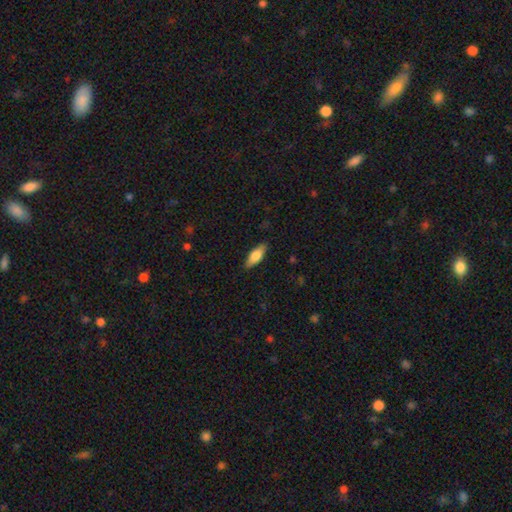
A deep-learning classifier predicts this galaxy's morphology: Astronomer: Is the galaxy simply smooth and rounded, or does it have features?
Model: smooth — 71%.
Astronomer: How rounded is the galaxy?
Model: in between — 71%.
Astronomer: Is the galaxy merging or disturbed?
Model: none — 87%.